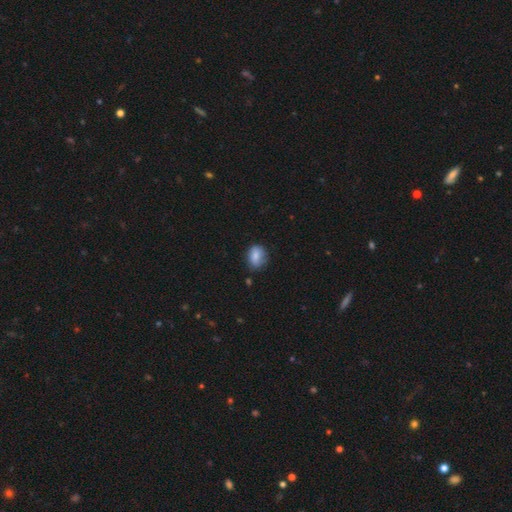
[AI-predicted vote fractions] Smooth or featured? Predicted: smooth (p=0.83). How rounded? Predicted: in between (p=0.60). Merging? Predicted: none (p=0.69).